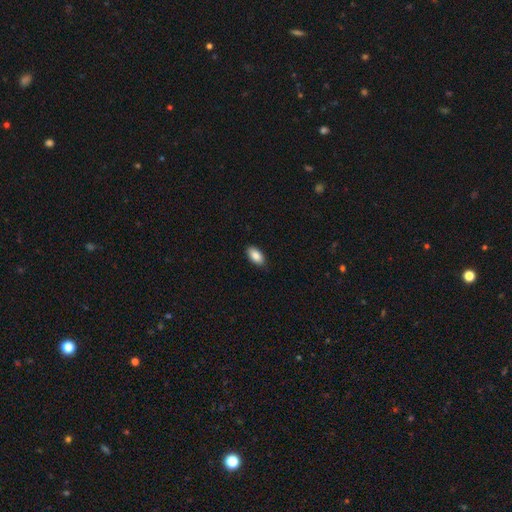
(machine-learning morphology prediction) type=smooth (88%); roundness=in between (94%); merging=none (88%).